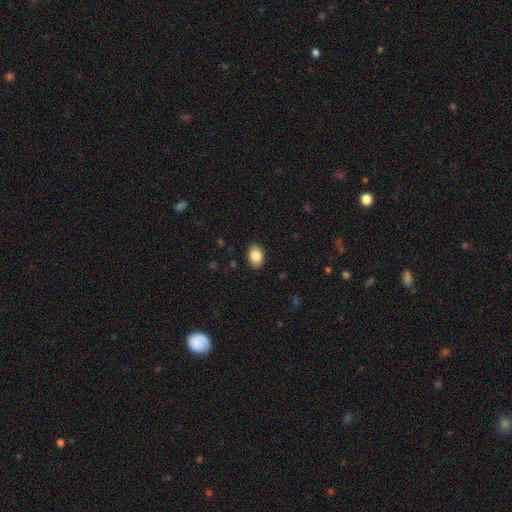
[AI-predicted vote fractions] A smooth galaxy with no disk features (85%) that is in between round and cigar-shaped (80%). Merging: none (89%).